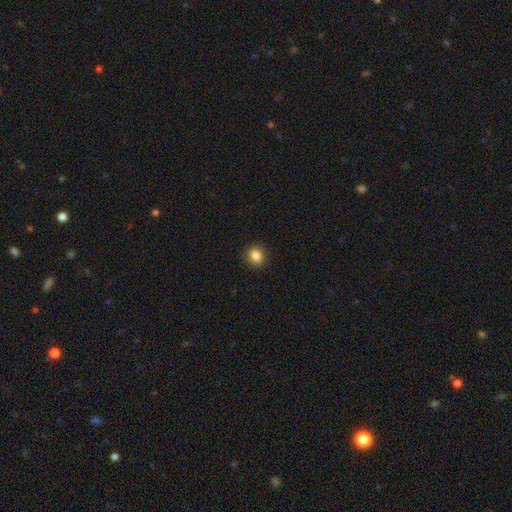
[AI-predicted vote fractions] smooth_or_featured: smooth (p=0.86) [alt: star or artifact p=0.10]
how_rounded: round (p=0.69) [alt: in between p=0.30]
merging: none (p=0.88) [alt: minor disturbance p=0.09]